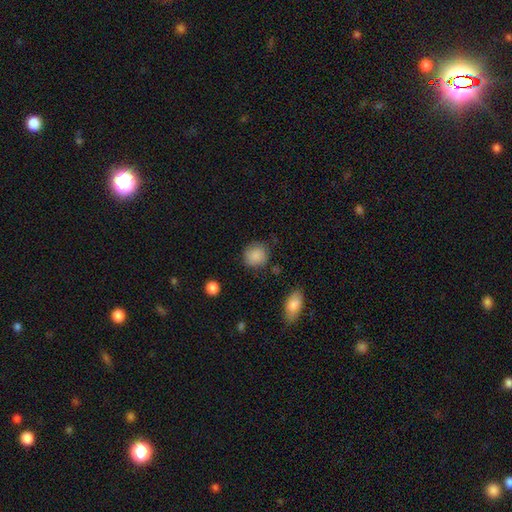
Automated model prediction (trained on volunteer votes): Morphology: type=smooth (86%); roundness=round (83%); merging=none (77%).